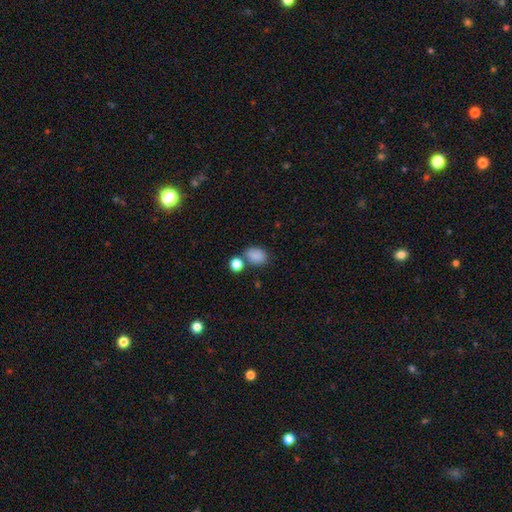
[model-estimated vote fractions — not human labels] Morphology: type=smooth (85%); roundness=in between (69%); merging=none (67%).